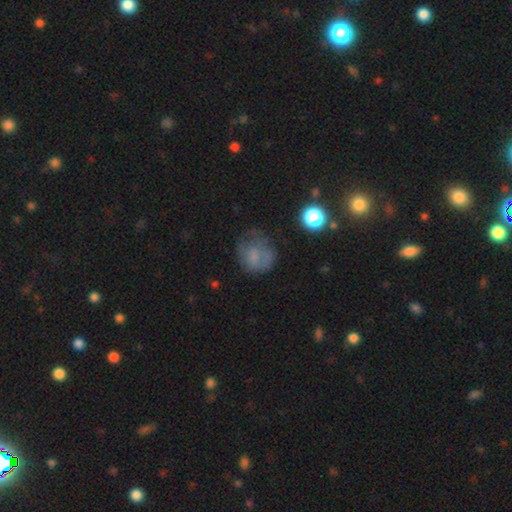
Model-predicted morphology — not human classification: Smooth or featured: smooth — 62% (featured or disk — 25%)
How rounded: round — 69% (in between — 30%)
Merging: none — 44% (minor disturbance — 27%)